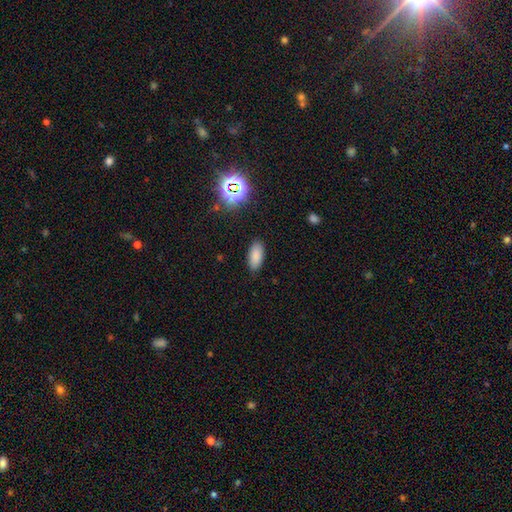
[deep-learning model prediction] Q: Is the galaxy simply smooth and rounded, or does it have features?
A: smooth — 84%.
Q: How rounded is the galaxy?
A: in between — 88%.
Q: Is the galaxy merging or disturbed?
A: none — 87%.